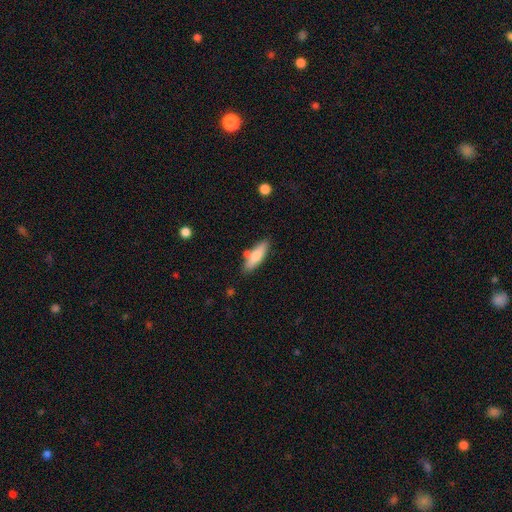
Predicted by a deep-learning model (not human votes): Smooth or featured?
  - smooth: 73% *
  - featured or disk: 21%
  - star or artifact: 6%
How rounded?
  - cigar-shaped: 55% *
  - in between: 42%
  - round: 2%
Merging?
  - none: 75% *
  - minor disturbance: 13%
  - merger: 9%
  - major disturbance: 3%